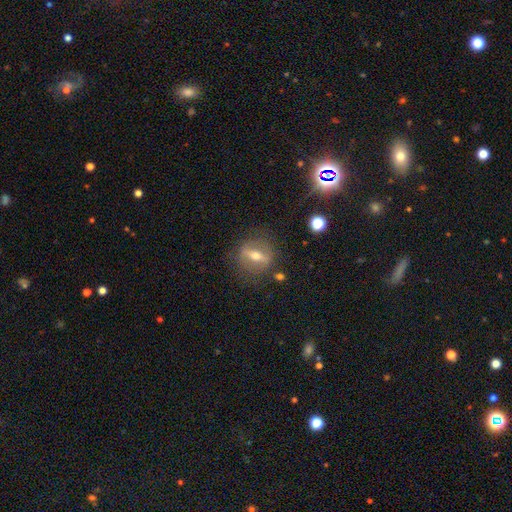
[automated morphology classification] A featured or disk galaxy (67%). Merging: none (80%).